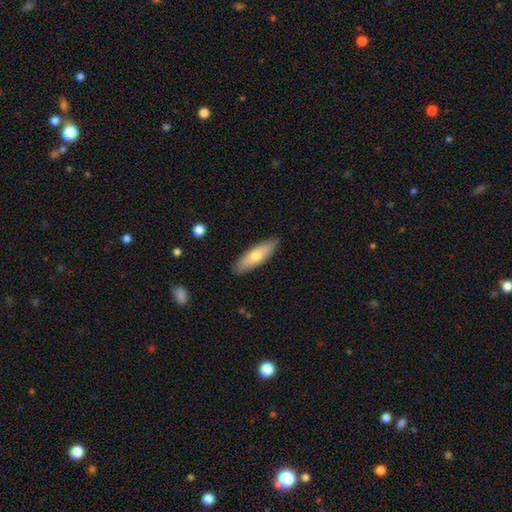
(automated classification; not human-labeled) The model was most divided on "how rounded": in between: 51%, cigar-shaped: 47%, round: 2%. More confident: merging — none (88%); smooth or featured — smooth (66%).